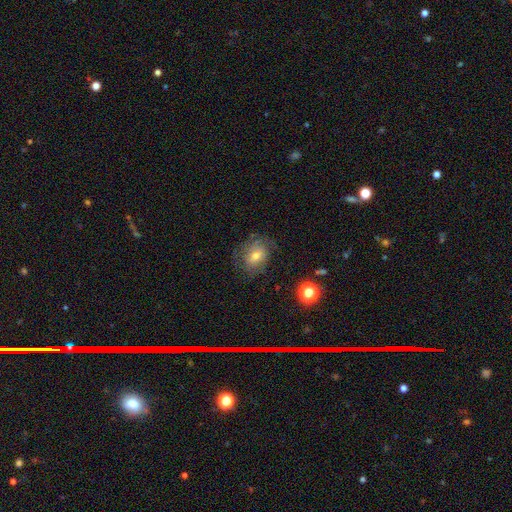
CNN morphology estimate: smooth_or_featured: smooth (p=0.46) [alt: featured or disk p=0.42]
merging: none (p=0.66) [alt: minor disturbance p=0.20]